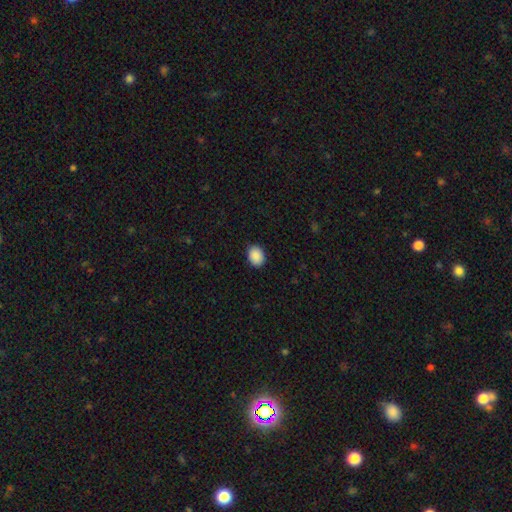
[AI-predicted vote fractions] Smooth or featured: smooth — 90% (star or artifact — 8%)
How rounded: in between — 58% (round — 41%)
Merging: none — 90% (minor disturbance — 7%)